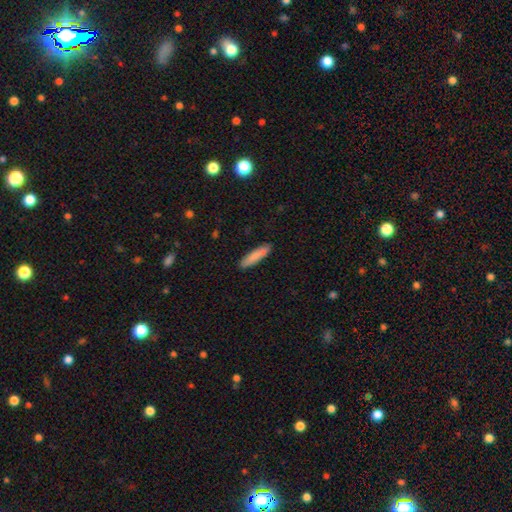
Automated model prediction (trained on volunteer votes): smooth_or_featured: smooth (p=0.83) [alt: featured or disk p=0.11]
how_rounded: cigar-shaped (p=0.81) [alt: in between p=0.18]
merging: none (p=0.88) [alt: minor disturbance p=0.09]